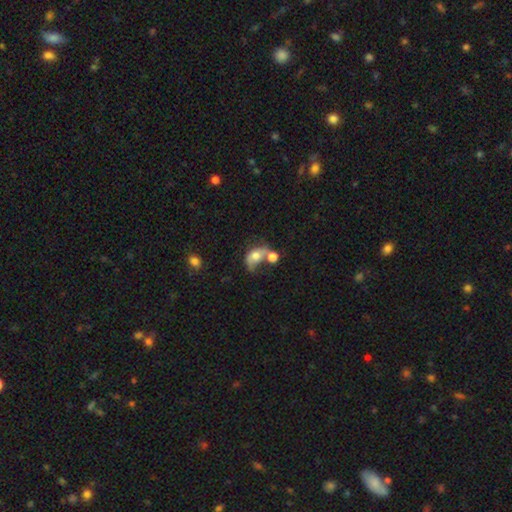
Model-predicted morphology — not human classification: A smooth galaxy with no disk features (57%) that is in between round and cigar-shaped (73%).

Vote fractions:
- Smooth or featured? smooth: 57% / featured or disk: 33% / star or artifact: 10%
- How rounded? in between: 73% / round: 25% / cigar-shaped: 2%
- Merging? merger: 48% / major disturbance: 22% / none: 17% / minor disturbance: 14%